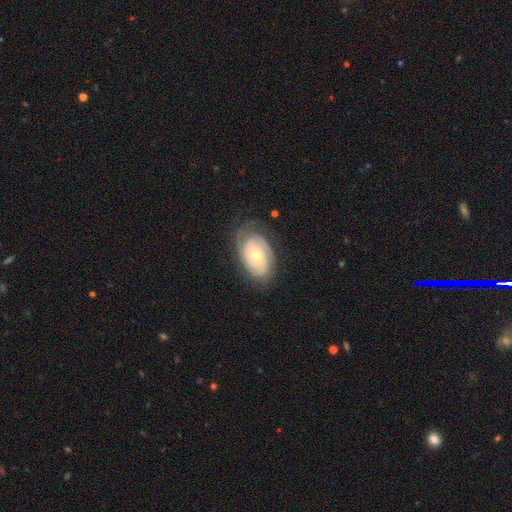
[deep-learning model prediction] Morphology: type=featured or disk (75%); edge-on=no (95%); bar=no (80%); spiral arms=yes (89%); winding=tight (72%); arm count=can't tell (41%); bulge=moderate (49%); merging=none (68%).